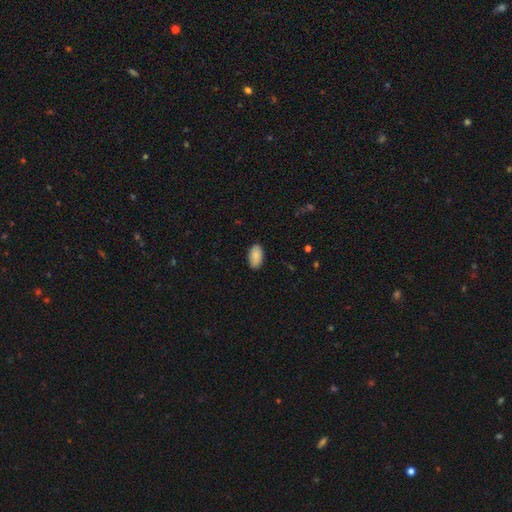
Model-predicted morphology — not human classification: type=smooth (88%); roundness=in between (95%); merging=none (88%).